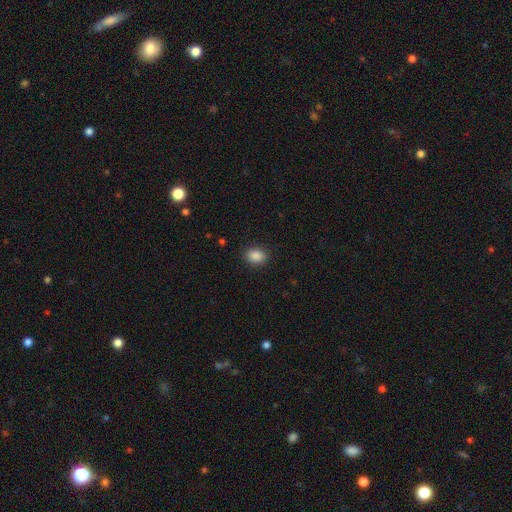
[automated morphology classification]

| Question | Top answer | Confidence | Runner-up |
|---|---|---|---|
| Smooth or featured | smooth | 87% | star or artifact (9%) |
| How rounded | in between | 63% | round (36%) |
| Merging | none | 89% | minor disturbance (7%) |